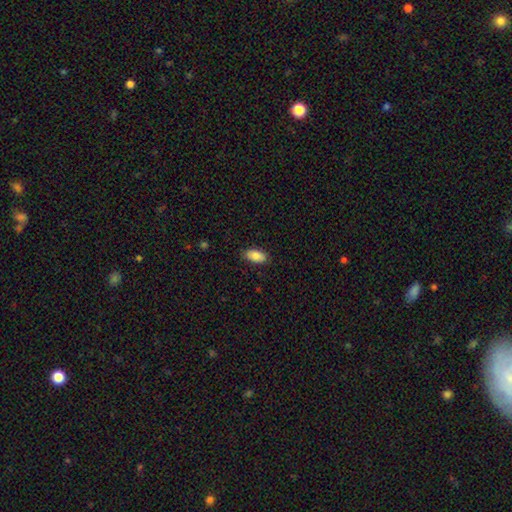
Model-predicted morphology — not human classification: This appears to be a smooth galaxy with no disk features (84%) that is in between round and cigar-shaped (93%). Merging: none (85%).